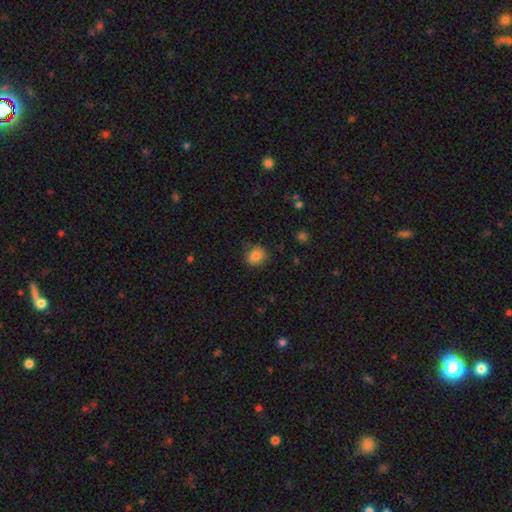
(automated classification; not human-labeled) Q: Smooth or featured?
A: smooth (85%); runner-up: star or artifact (9%)
Q: How rounded?
A: round (70%); runner-up: in between (29%)
Q: Merging?
A: none (77%); runner-up: minor disturbance (17%)